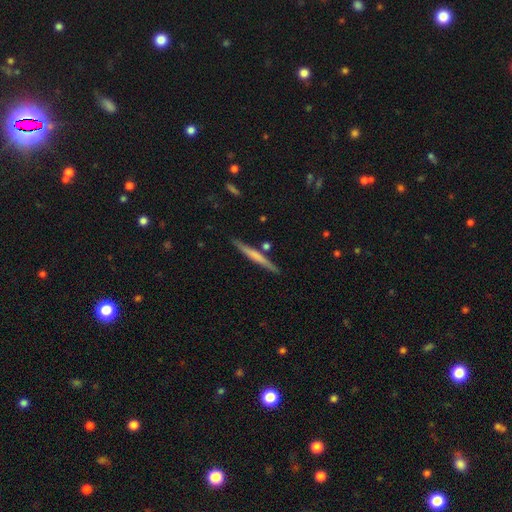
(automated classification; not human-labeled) Smooth or featured: smooth — 51% (featured or disk — 44%)
How rounded: cigar-shaped — 96% (in between — 3%)
Merging: none — 85% (minor disturbance — 9%)